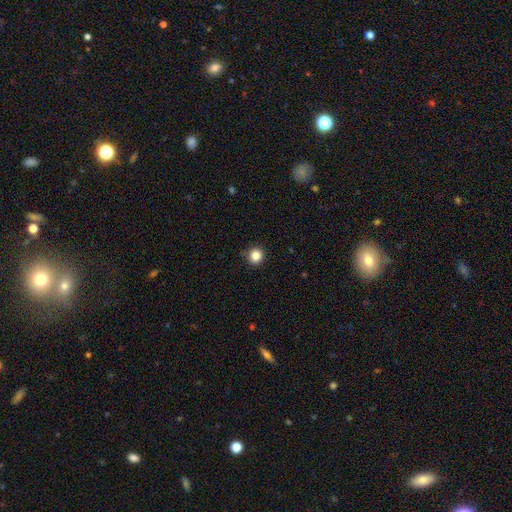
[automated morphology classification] A smooth galaxy with no disk features (83%) that is round (94%).

Vote fractions:
- Smooth or featured? smooth: 83% / star or artifact: 12% / featured or disk: 5%
- How rounded? round: 94% / in between: 5% / cigar-shaped: 1%
- Merging? none: 90% / minor disturbance: 7% / major disturbance: 2% / merger: 1%